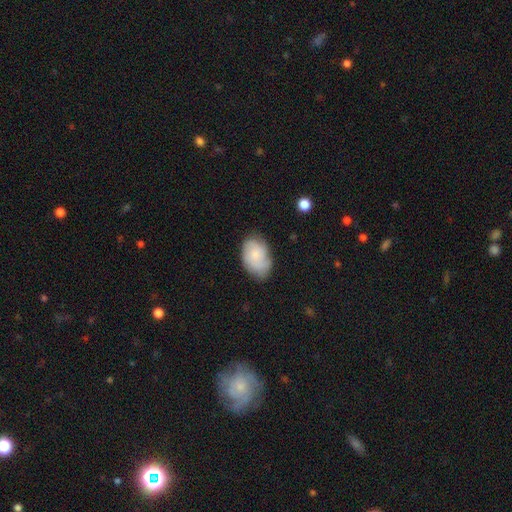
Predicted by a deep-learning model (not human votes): This appears to be a smooth galaxy with no disk features (63%) that is in between round and cigar-shaped (87%). Merging: none (63%).